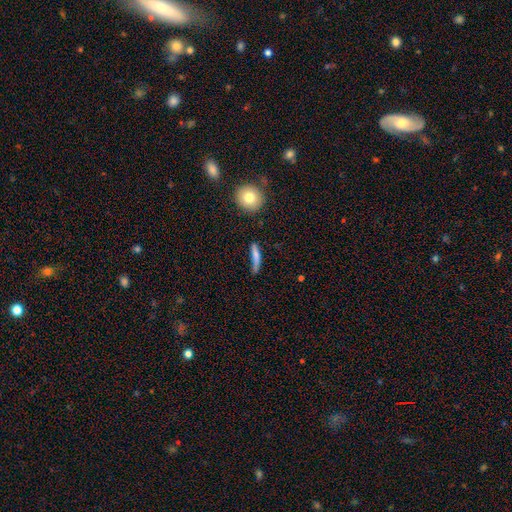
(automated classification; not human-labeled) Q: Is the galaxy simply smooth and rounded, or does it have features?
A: smooth — 67%.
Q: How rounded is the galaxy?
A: cigar-shaped — 82%.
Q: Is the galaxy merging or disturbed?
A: none — 55%.